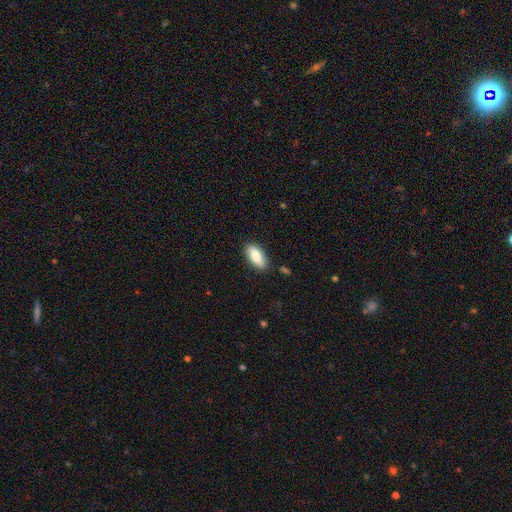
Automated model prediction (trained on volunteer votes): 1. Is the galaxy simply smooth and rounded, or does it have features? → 83% smooth, 11% featured or disk, 6% star or artifact.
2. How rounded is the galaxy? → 87% in between, 11% cigar-shaped, 2% round.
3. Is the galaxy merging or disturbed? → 86% none, 10% minor disturbance, 2% major disturbance, 2% merger.